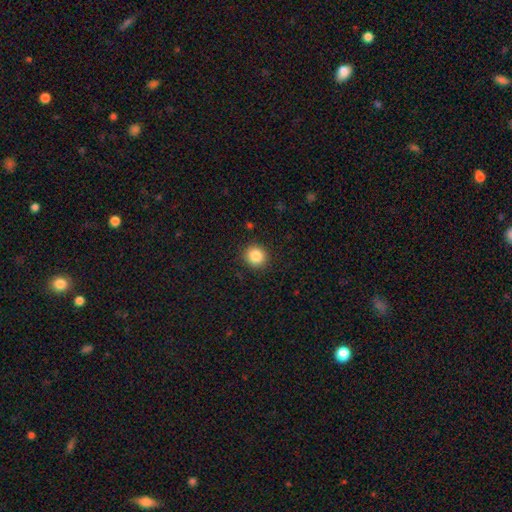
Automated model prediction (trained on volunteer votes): Overall: smooth (86%). How rounded: round (88%). Merging: none (90%).